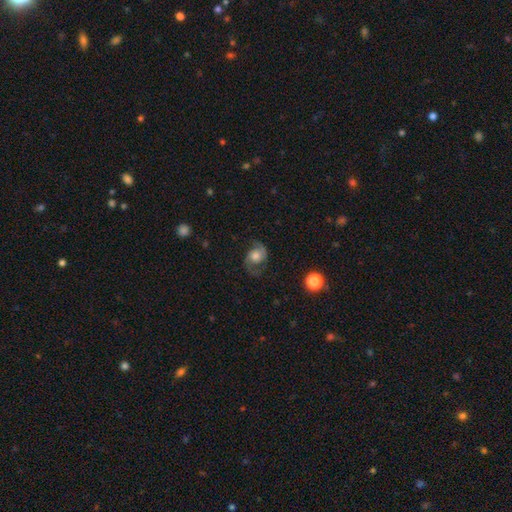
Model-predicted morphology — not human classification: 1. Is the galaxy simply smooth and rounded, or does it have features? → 69% featured or disk, 23% smooth, 8% star or artifact.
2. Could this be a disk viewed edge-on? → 97% no, 3% yes.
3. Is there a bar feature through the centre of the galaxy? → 70% no, 25% weak, 5% strong.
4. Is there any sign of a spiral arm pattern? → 92% yes, 8% no.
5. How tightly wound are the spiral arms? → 46% medium, 40% loose, 14% tight.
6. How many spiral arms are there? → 89% 2, 4% 1, 4% can't tell, 1% 3, 1% 4, 1% more than 4.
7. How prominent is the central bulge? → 46% moderate, 33% large, 12% small, 5% dominant, 4% none.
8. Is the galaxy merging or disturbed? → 67% none, 19% minor disturbance, 13% major disturbance, 1% merger.